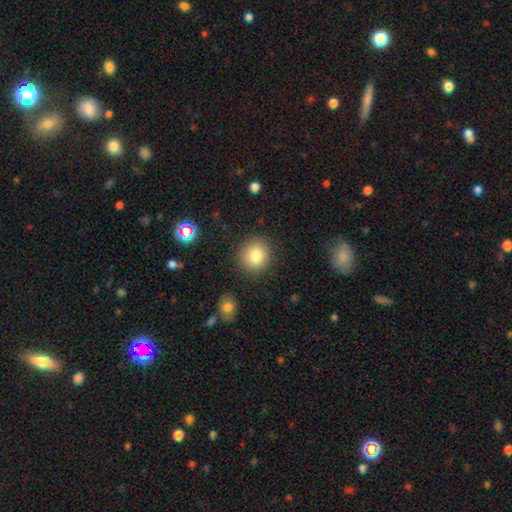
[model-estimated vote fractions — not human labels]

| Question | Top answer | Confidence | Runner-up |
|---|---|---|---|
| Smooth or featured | smooth | 82% | star or artifact (10%) |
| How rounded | round | 90% | in between (9%) |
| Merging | none | 88% | minor disturbance (8%) |